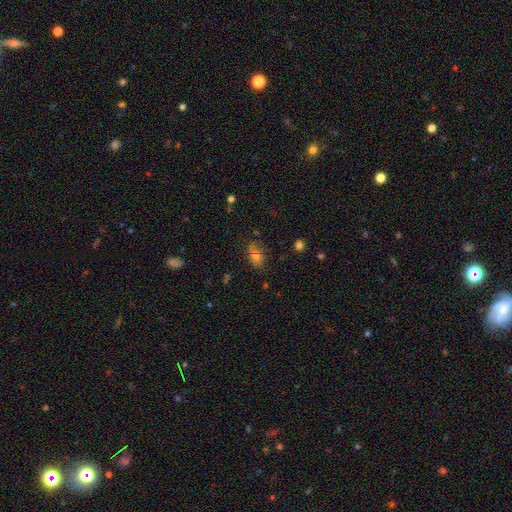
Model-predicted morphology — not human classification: smooth 65%, featured or disk 20%, star or artifact 16%. Down the decision tree: how rounded — in between (79%); merging — none (68%).